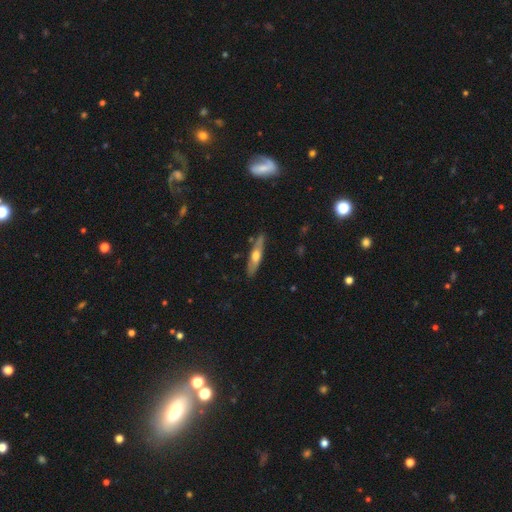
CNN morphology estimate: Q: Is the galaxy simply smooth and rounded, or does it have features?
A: featured or disk — 50%.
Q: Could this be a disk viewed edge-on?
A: yes — 85%.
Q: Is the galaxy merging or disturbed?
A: none — 83%.